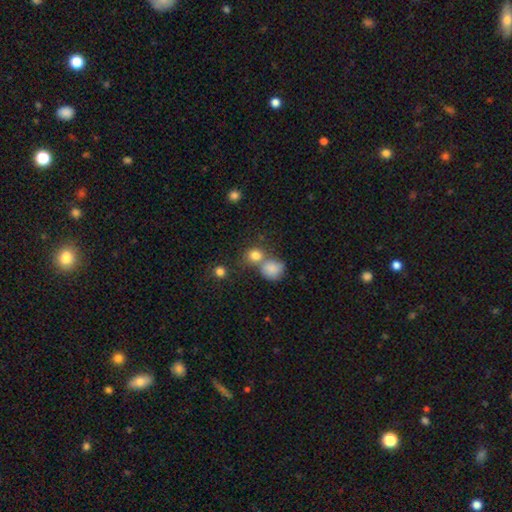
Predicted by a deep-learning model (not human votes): Smooth or featured?
  - smooth: 81% *
  - star or artifact: 12%
  - featured or disk: 7%
How rounded?
  - round: 80% *
  - in between: 19%
  - cigar-shaped: 1%
Merging?
  - none: 49% *
  - merger: 38%
  - minor disturbance: 9%
  - major disturbance: 4%